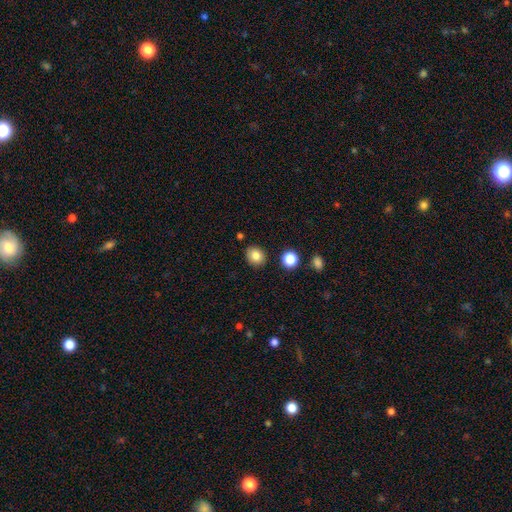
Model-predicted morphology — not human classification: A smooth galaxy with no disk features (82%) that is round (70%). Merging: none (87%).